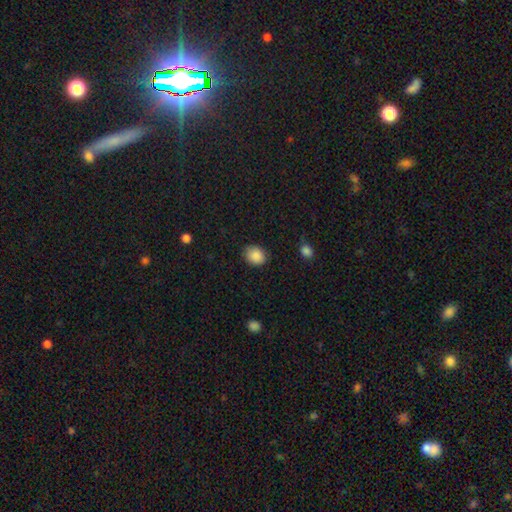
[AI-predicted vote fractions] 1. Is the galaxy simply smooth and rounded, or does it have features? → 88% smooth, 8% star or artifact, 4% featured or disk.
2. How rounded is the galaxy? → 57% round, 42% in between, 1% cigar-shaped.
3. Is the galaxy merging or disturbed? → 82% none, 13% minor disturbance, 3% major disturbance, 1% merger.